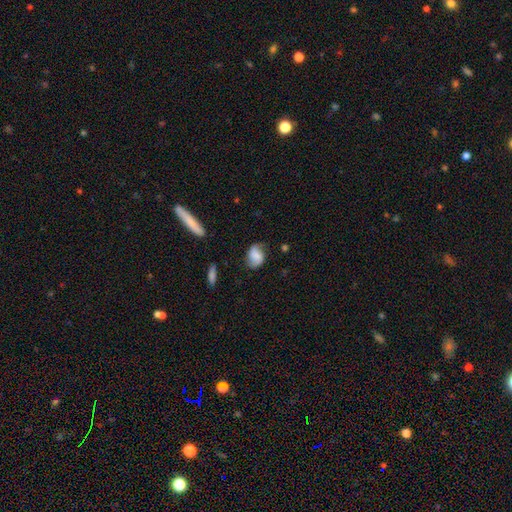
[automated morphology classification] type=smooth (52%); roundness=in between (66%); merging=none (63%).